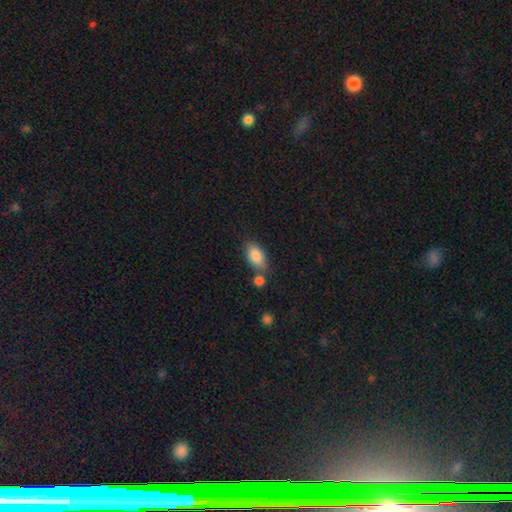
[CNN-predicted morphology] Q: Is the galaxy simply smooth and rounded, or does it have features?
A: smooth — 85%.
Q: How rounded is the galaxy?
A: in between — 90%.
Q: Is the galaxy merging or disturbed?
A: none — 63%.